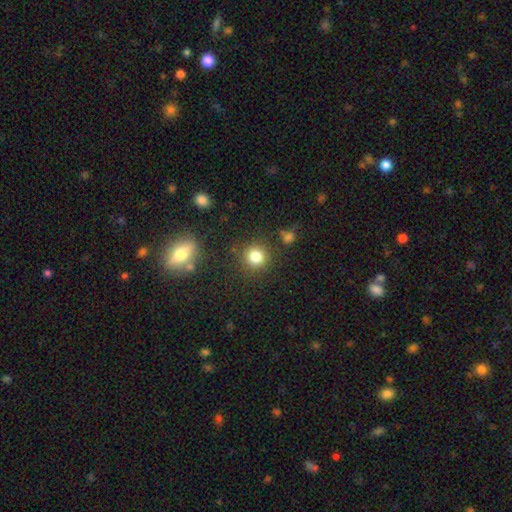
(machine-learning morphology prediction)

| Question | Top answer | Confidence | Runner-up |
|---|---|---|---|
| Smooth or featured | smooth | 79% | star or artifact (14%) |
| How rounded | round | 91% | in between (8%) |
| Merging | none | 87% | minor disturbance (6%) |